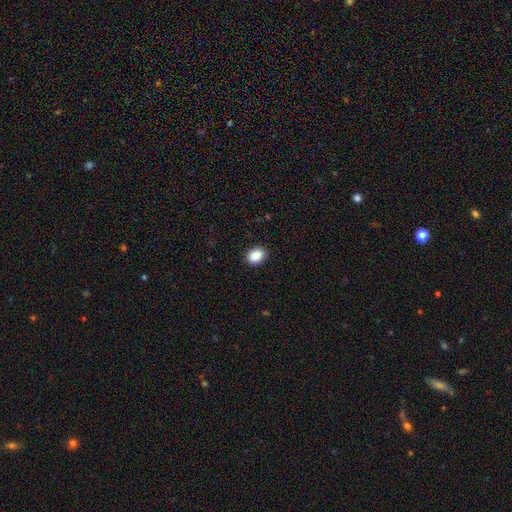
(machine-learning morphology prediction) The model was most divided on "how rounded": in between: 70%, round: 29%, cigar-shaped: 1%. More confident: smooth or featured — smooth (89%); merging — none (89%).